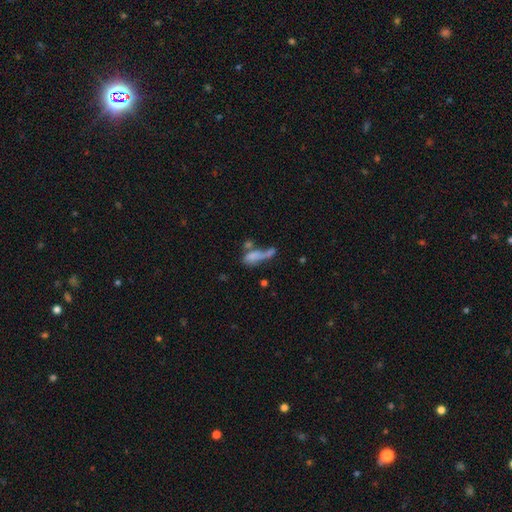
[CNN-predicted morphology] Q: Smooth or featured?
A: smooth (61%); runner-up: featured or disk (27%)
Q: How rounded?
A: in between (61%); runner-up: cigar-shaped (31%)
Q: Merging?
A: merger (46%); runner-up: major disturbance (22%)